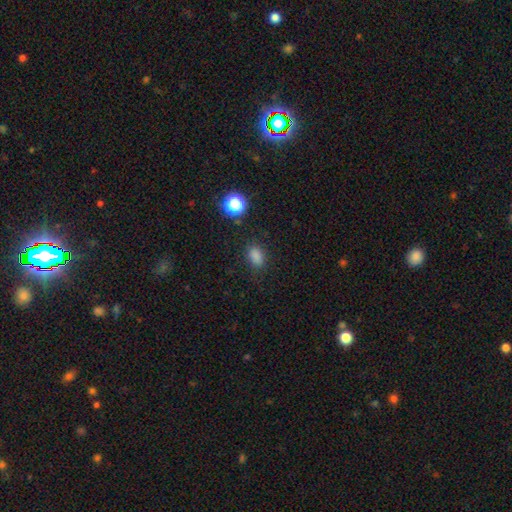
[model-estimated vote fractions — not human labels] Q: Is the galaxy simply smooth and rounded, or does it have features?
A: smooth — 80%.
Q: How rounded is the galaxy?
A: in between — 79%.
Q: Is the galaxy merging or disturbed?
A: none — 83%.